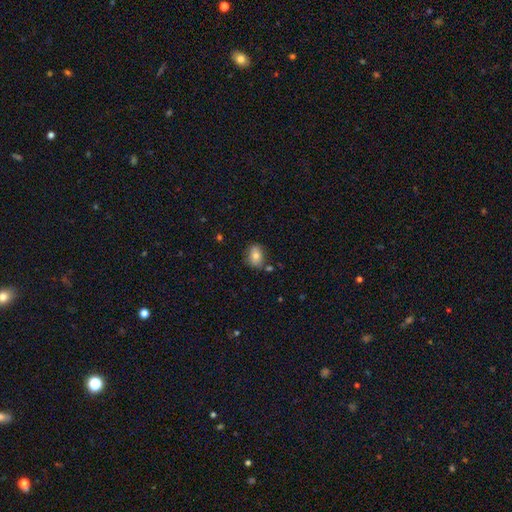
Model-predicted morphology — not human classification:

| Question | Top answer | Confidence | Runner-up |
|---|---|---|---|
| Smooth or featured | smooth | 76% | featured or disk (15%) |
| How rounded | in between | 66% | round (33%) |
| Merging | none | 73% | minor disturbance (18%) |